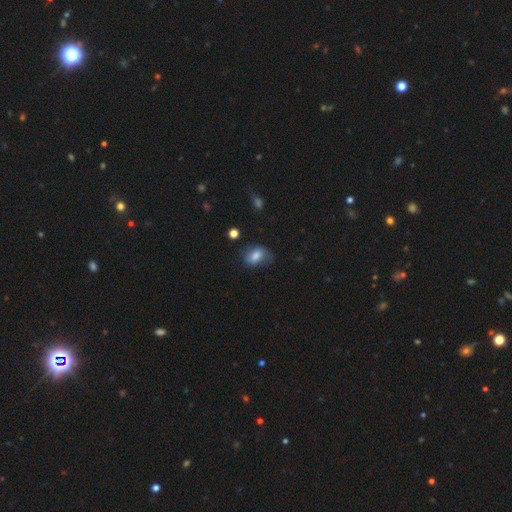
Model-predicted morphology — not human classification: smooth-or-featured: smooth: 69% | featured or disk: 22% | star or artifact: 9%
  how-rounded: in between: 76% | round: 22% | cigar-shaped: 2%
  merging: none: 54% | minor disturbance: 29% | major disturbance: 14% | merger: 2%